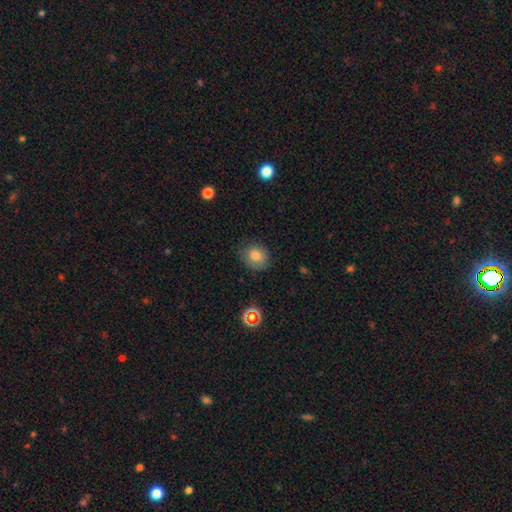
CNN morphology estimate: smooth_or_featured: smooth (p=0.80) [alt: star or artifact p=0.12]
how_rounded: round (p=0.71) [alt: in between p=0.28]
merging: none (p=0.76) [alt: minor disturbance p=0.18]